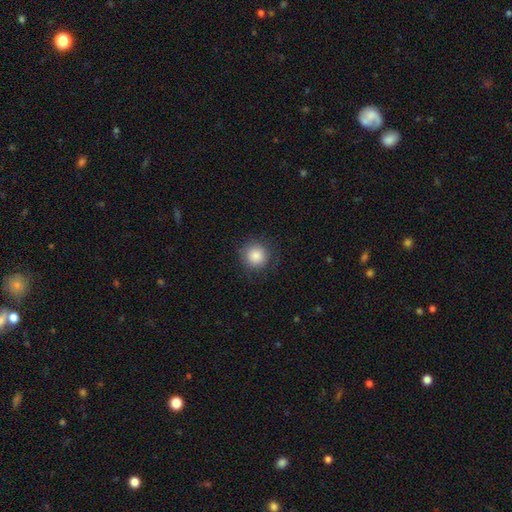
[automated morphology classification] This is clearly a smooth galaxy (85%). How rounded: clearly round (94%). Merging: clearly none (85%).